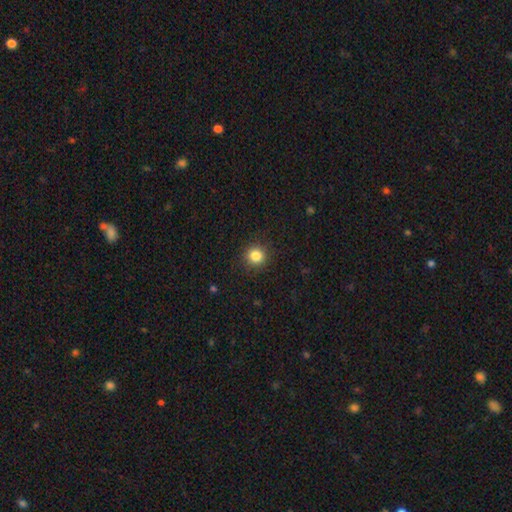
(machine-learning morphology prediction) The model was most divided on "smooth or featured": smooth: 84%, star or artifact: 12%, featured or disk: 5%. More confident: how rounded — round (92%); merging — none (90%).